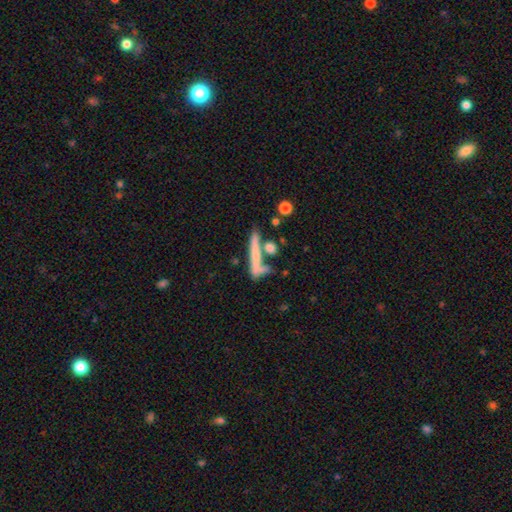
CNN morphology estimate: A smooth galaxy with no disk features (57%) that is cigar-shaped (87%).

Vote fractions:
- Smooth or featured? smooth: 57% / featured or disk: 34% / star or artifact: 9%
- How rounded? cigar-shaped: 87% / in between: 8% / round: 5%
- Merging? none: 52% / merger: 25% / minor disturbance: 14% / major disturbance: 9%